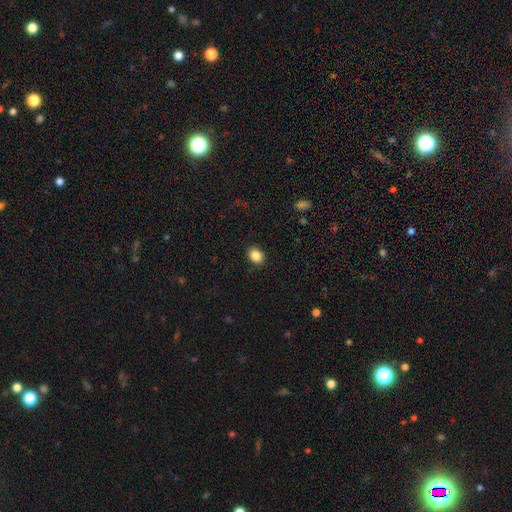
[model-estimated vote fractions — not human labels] Q: Smooth or featured?
A: smooth (87%); runner-up: star or artifact (9%)
Q: How rounded?
A: in between (57%); runner-up: round (42%)
Q: Merging?
A: none (89%); runner-up: minor disturbance (8%)